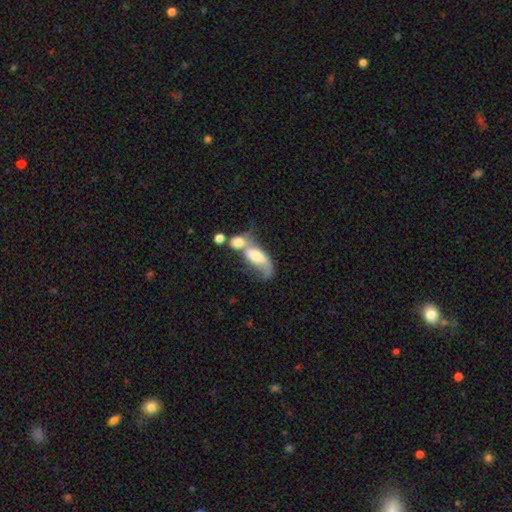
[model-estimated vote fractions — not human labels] Overall: smooth (50%; featured or disk 41%). Merging: merger (66%).